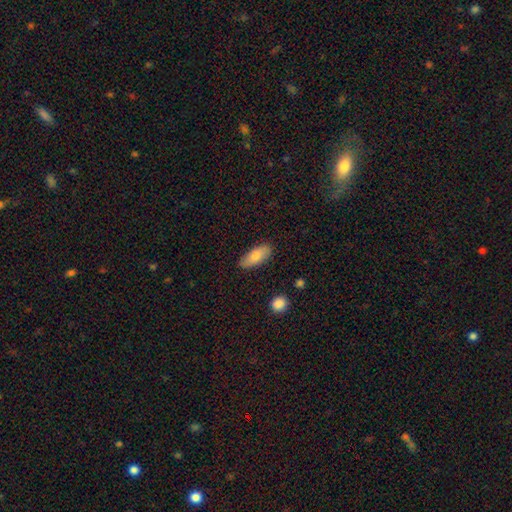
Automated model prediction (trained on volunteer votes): This is likely a smooth galaxy (79%). How rounded: clearly in between (84%). Merging: clearly none (86%).